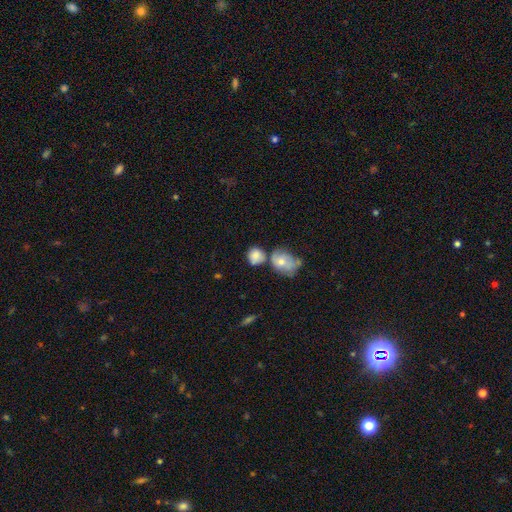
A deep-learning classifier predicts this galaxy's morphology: The model was most divided on "merging": none: 46%, merger: 28%, minor disturbance: 18%, major disturbance: 8%. More confident: smooth or featured — smooth (78%); how rounded — round (74%).